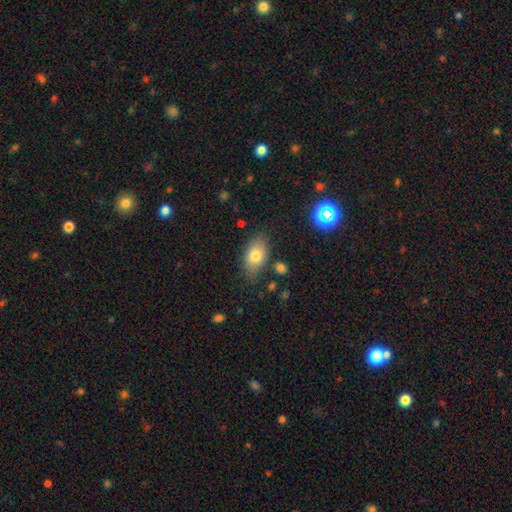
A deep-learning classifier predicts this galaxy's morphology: type=smooth (76%); roundness=in between (90%); merging=none (78%).